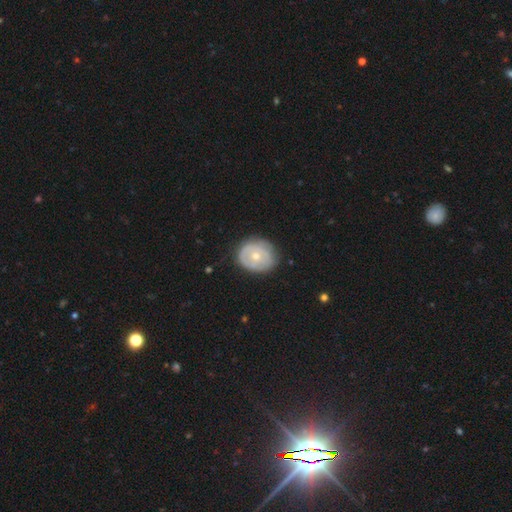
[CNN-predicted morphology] Smooth or featured? featured or disk (51%)
Edge-on disk? no (96%)
Merging? none (71%)